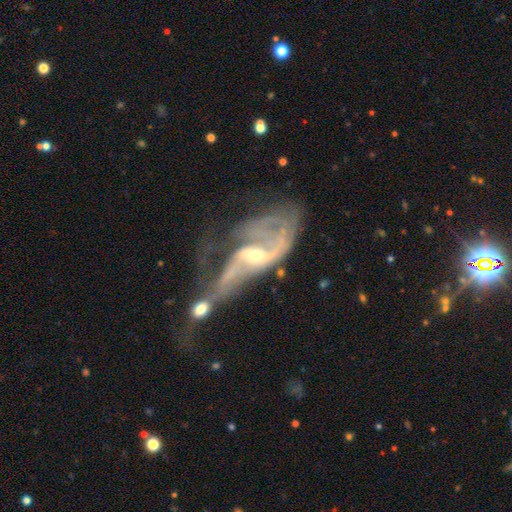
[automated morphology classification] Overall: featured or disk (82%). Edge-on disk: no (93%). Bar: weak (43%; no 40%). Spiral arms: yes (84%). Spiral arm count: 2 (54%; can't tell 24%). Spiral winding: loose (50%; medium 34%). Bulge size: small (51%; moderate 42%). Merging: merger (39%; major disturbance 35%).